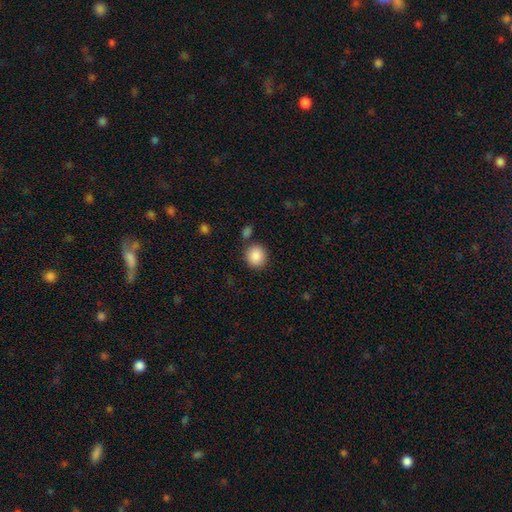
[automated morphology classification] The model was most divided on "merging": none: 82%, minor disturbance: 9%, merger: 6%, major disturbance: 3%. More confident: smooth or featured — smooth (88%); how rounded — round (86%).